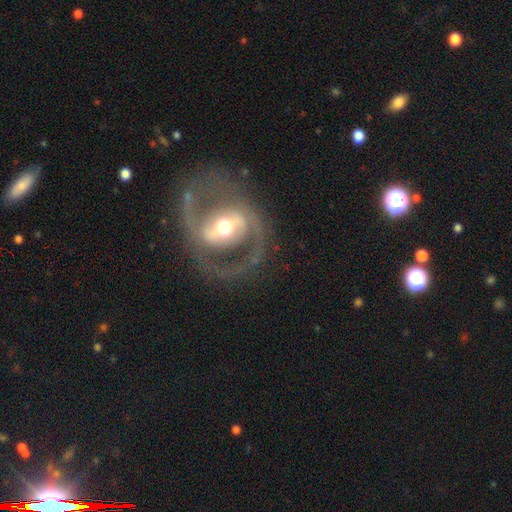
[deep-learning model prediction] smooth_or_featured: featured or disk (p=0.87) [alt: smooth p=0.07]
disk_edge_on: no (p=0.96) [alt: yes p=0.04]
bar: strong (p=0.42) [alt: weak p=0.35]
has_spiral_arms: yes (p=0.89) [alt: no p=0.11]
spiral_winding: medium (p=0.57) [alt: tight p=0.23]
spiral_arm_count: 2 (p=0.90) [alt: can't tell p=0.04]
bulge_size: moderate (p=0.65) [alt: small p=0.21]
merging: none (p=0.77) [alt: minor disturbance p=0.12]